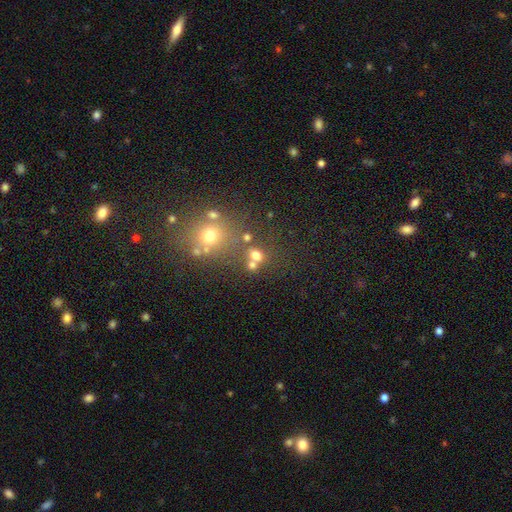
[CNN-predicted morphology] This is likely a smooth galaxy (66%). How rounded: likely round (70%). Merging: possibly none (53%).